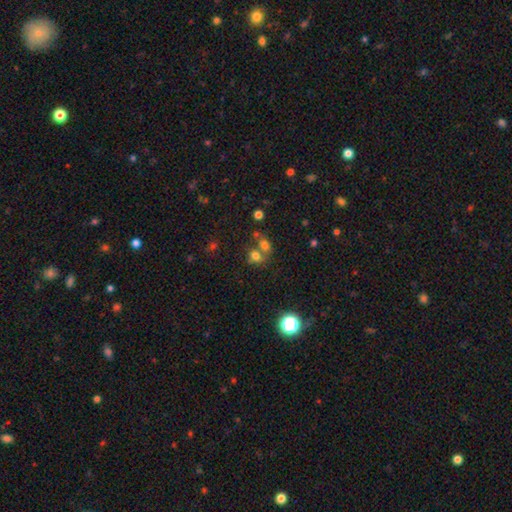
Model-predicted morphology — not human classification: A smooth galaxy with no disk features (69%) that is round (56%).

Vote fractions:
- Smooth or featured? smooth: 69% / star or artifact: 19% / featured or disk: 12%
- How rounded? round: 56% / in between: 43% / cigar-shaped: 1%
- Merging? merger: 50% / none: 37% / minor disturbance: 9% / major disturbance: 5%